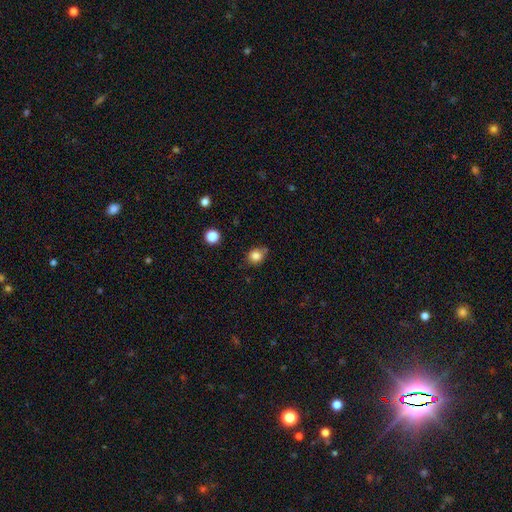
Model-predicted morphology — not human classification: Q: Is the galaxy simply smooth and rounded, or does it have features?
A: smooth — 83%.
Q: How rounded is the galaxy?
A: round — 72%.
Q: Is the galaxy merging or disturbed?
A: none — 73%.